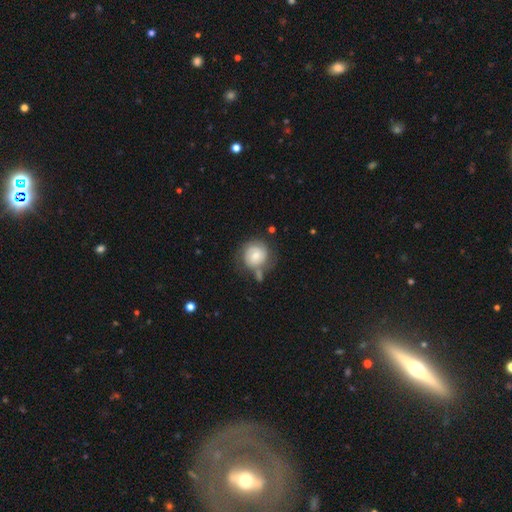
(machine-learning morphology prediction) Smooth or featured: featured or disk — 49% (smooth — 44%)
Merging: none — 54% (minor disturbance — 22%)